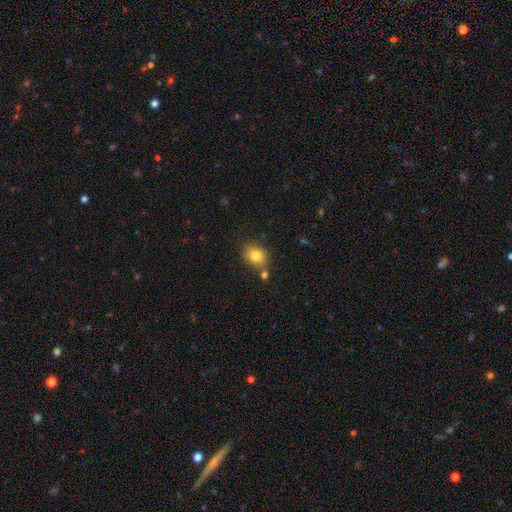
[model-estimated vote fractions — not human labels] smooth-or-featured: smooth: 81% | star or artifact: 10% | featured or disk: 9%
  how-rounded: round: 52% | in between: 47% | cigar-shaped: 1%
  merging: none: 70% | minor disturbance: 14% | merger: 13% | major disturbance: 3%